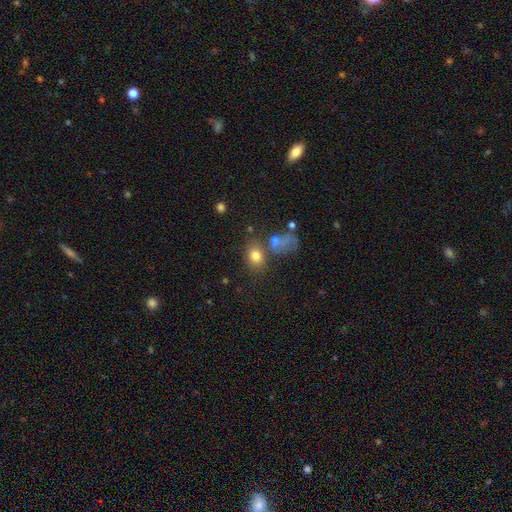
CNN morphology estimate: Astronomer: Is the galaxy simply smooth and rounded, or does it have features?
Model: smooth — 76%.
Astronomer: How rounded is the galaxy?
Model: in between — 64%.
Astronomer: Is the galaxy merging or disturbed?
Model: none — 56%.